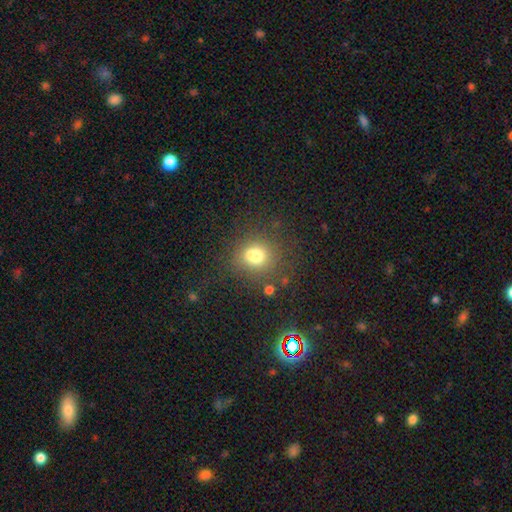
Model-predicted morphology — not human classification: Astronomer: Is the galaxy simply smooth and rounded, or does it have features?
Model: smooth — 73%.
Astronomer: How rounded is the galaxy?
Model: round — 74%.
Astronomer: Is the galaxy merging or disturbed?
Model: none — 65%.